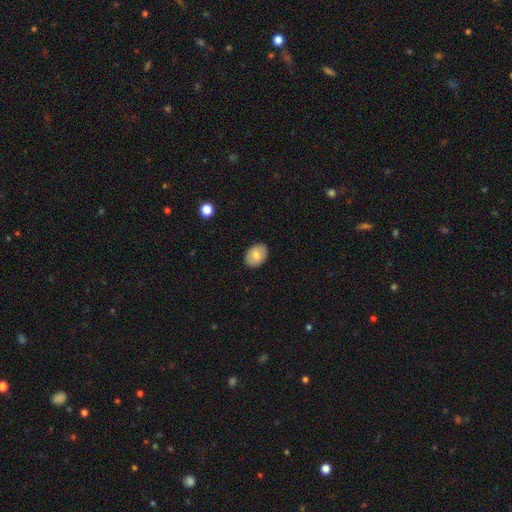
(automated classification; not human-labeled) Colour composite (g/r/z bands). It shows a smooth galaxy with no disk features (74%) that is in between round and cigar-shaped (78%). Merging: none (89%).